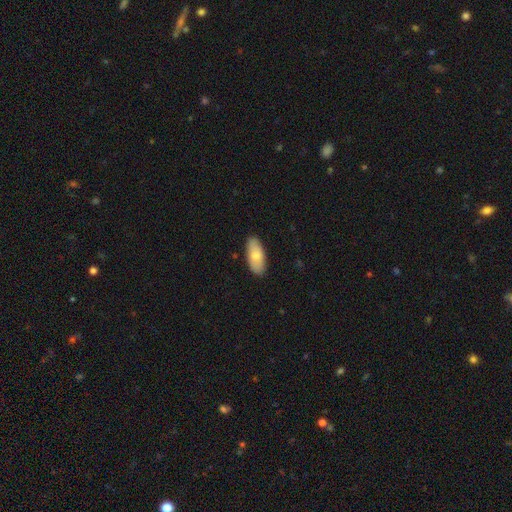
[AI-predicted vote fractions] smooth-or-featured: smooth: 75% | featured or disk: 19% | star or artifact: 5%
  how-rounded: in between: 89% | cigar-shaped: 9% | round: 2%
  merging: none: 87% | minor disturbance: 10% | major disturbance: 2% | merger: 1%